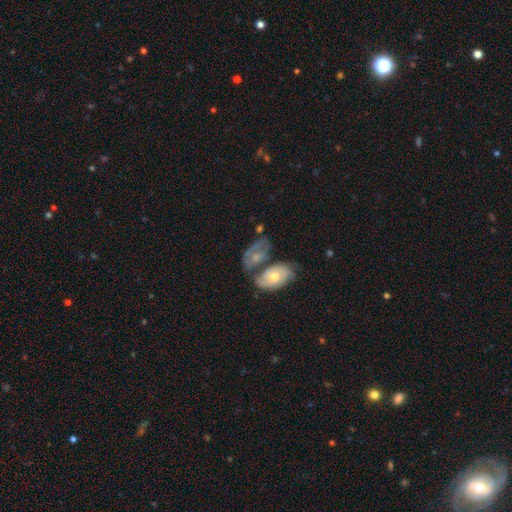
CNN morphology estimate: Overall: featured or disk (53%; smooth 39%). Edge-on disk: no (93%). Merging: merger (43%; none 30%).